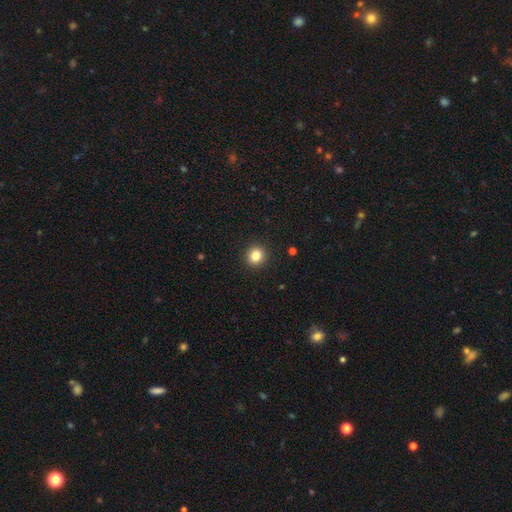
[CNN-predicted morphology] Smooth or featured?
  - smooth: 83% *
  - star or artifact: 11%
  - featured or disk: 6%
How rounded?
  - round: 91% *
  - in between: 8%
  - cigar-shaped: 1%
Merging?
  - none: 93% *
  - minor disturbance: 5%
  - major disturbance: 2%
  - merger: 1%